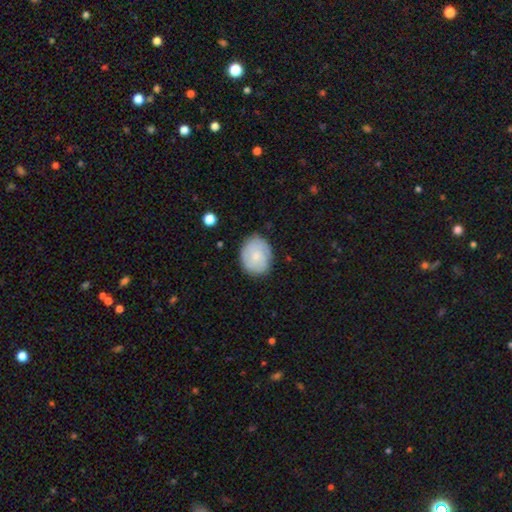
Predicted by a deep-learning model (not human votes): This is possibly a smooth galaxy (58%). How rounded: possibly round (53%). Merging: clearly none (81%).